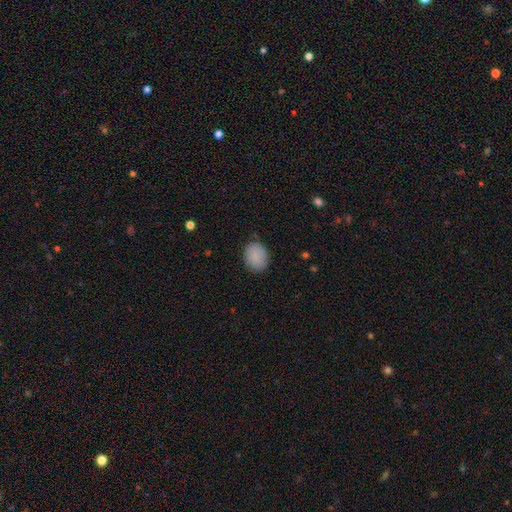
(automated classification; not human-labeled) Overall: smooth (88%). How rounded: in between (57%; round 42%). Merging: none (84%).